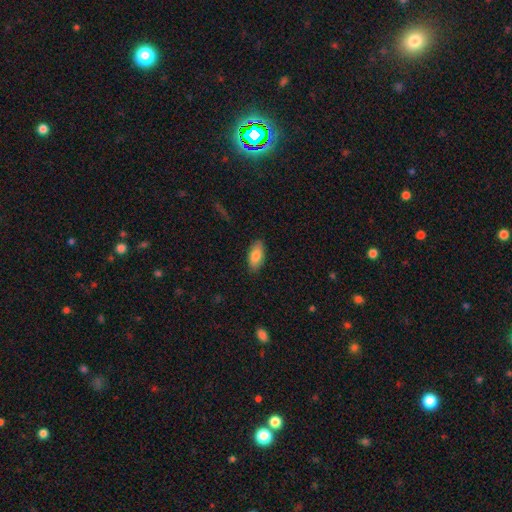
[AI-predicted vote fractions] smooth_or_featured: smooth (p=0.82) [alt: featured or disk p=0.11]
how_rounded: in between (p=0.90) [alt: cigar-shaped p=0.07]
merging: none (p=0.87) [alt: minor disturbance p=0.10]